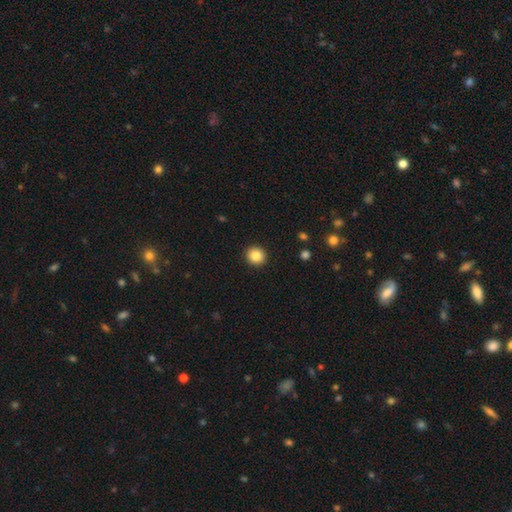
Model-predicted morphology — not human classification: Overall: smooth (86%). How rounded: round (90%). Merging: none (92%).